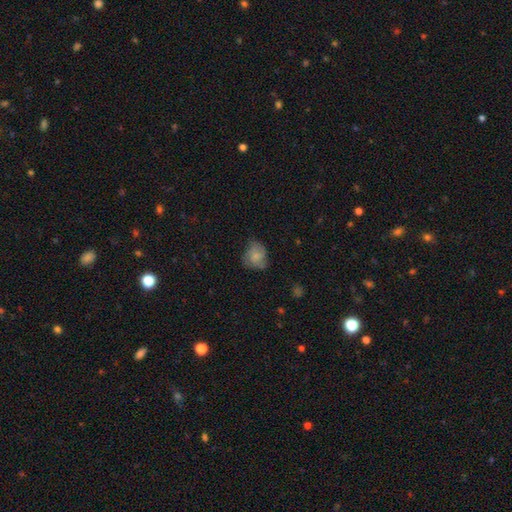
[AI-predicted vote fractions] Smooth or featured? Predicted: smooth (p=0.64). How rounded? Predicted: round (p=0.64). Merging? Predicted: none (p=0.52).